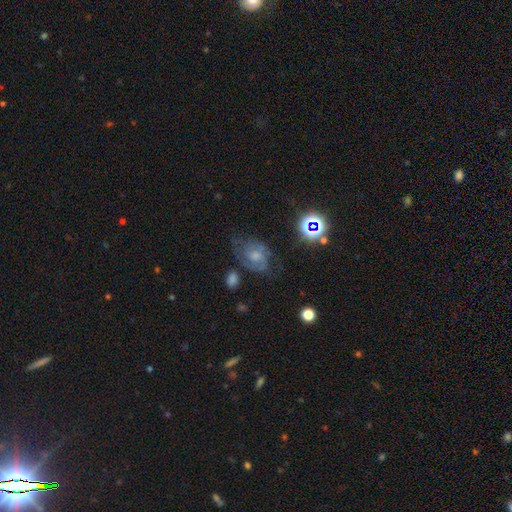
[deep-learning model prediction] This is possibly a featured or disk galaxy (59%). It is clearly not viewed edge-on (97%). Bar: likely no (65%). Spiral arm pattern: clearly yes (85%). Central bulge: possibly moderate (46%). Merging: possibly none (55%).